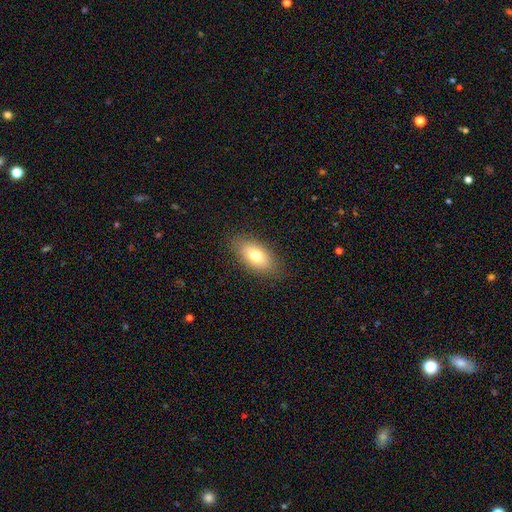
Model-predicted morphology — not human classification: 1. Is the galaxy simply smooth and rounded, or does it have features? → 75% smooth, 16% featured or disk, 8% star or artifact.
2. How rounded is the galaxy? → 89% in between, 6% cigar-shaped, 5% round.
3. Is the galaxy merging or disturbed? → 85% none, 11% minor disturbance, 3% major disturbance, 1% merger.